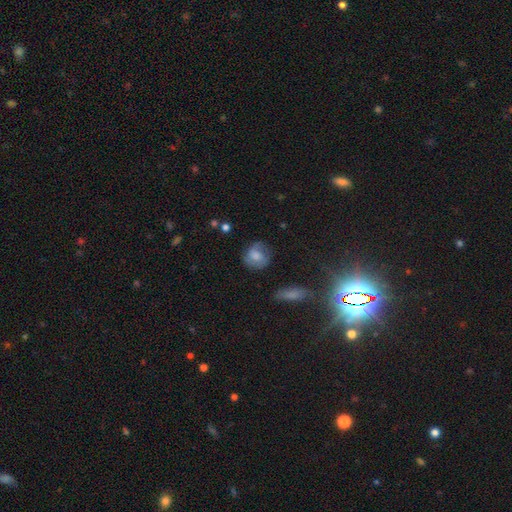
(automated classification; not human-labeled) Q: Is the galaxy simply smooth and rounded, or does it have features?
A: smooth — 65%.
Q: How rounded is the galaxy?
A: round — 74%.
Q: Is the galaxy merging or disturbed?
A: none — 65%.